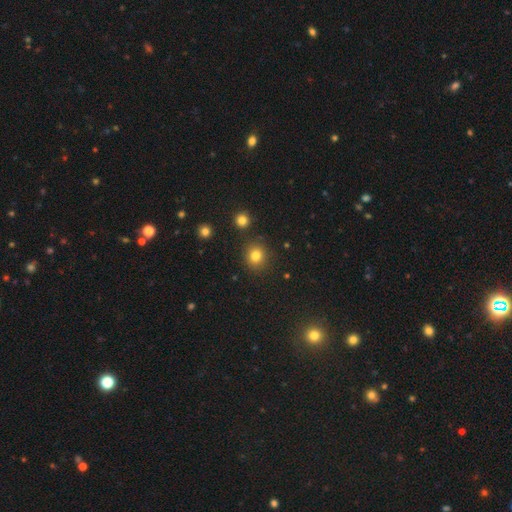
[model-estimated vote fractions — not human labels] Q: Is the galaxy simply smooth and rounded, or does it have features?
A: smooth — 80%.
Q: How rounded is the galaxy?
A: round — 84%.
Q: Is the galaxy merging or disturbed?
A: none — 86%.